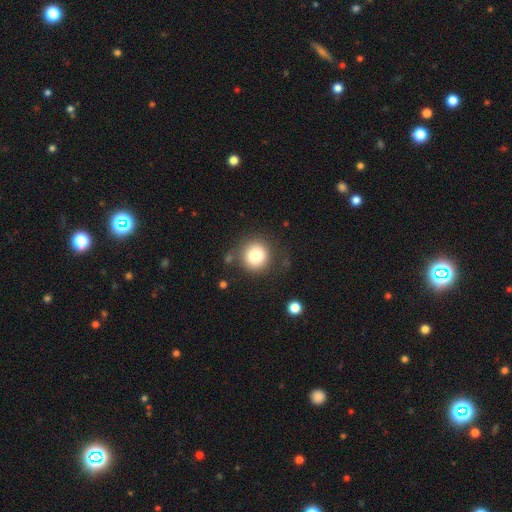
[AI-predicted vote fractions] smooth 83%, star or artifact 9%, featured or disk 8%. Down the decision tree: how rounded — round (91%); merging — none (75%).